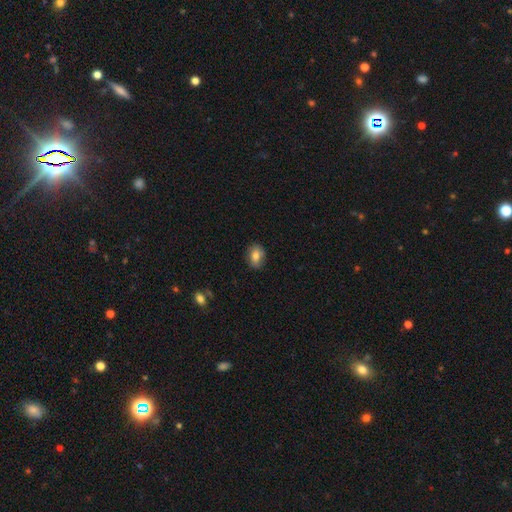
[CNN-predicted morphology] A smooth galaxy with no disk features (79%) that is in between round and cigar-shaped (67%). Merging: none (83%).